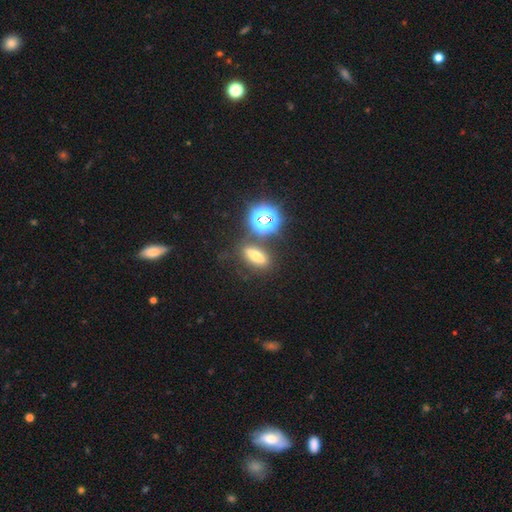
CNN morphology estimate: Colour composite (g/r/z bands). It shows a smooth galaxy with no disk features (53%) that is in between round and cigar-shaped (46%). Merging: none (74%).